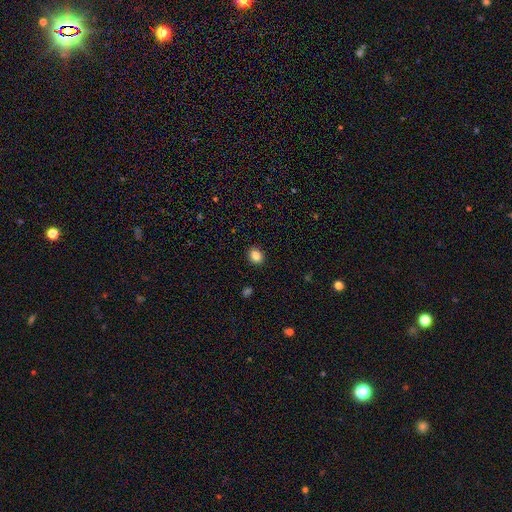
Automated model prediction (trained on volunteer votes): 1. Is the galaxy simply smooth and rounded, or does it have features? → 86% smooth, 10% star or artifact, 4% featured or disk.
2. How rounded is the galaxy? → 60% round, 40% in between, 1% cigar-shaped.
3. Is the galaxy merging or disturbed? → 91% none, 6% minor disturbance, 2% major disturbance, 1% merger.